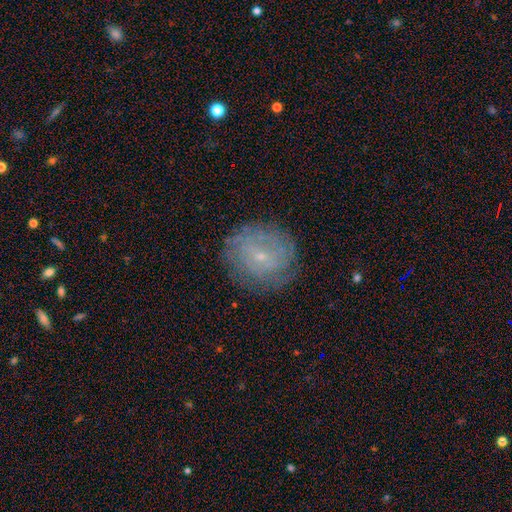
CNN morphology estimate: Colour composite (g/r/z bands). It shows a featured or disk galaxy (53%) with no bar (59%), spiral arms (79%) and a small central bulge (83%). Merging: none (81%).